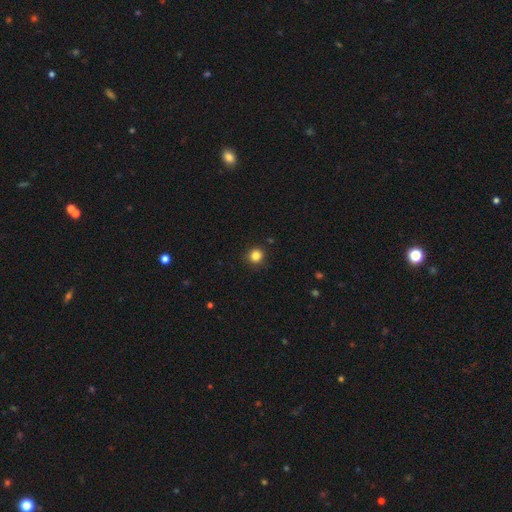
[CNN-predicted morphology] Smooth or featured: smooth — 84% (star or artifact — 12%)
How rounded: round — 93% (in between — 6%)
Merging: none — 91% (minor disturbance — 6%)